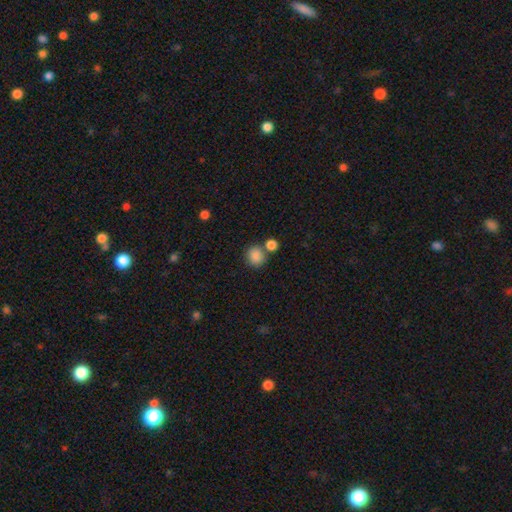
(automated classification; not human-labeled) smooth 86%, star or artifact 9%, featured or disk 5%. Down the decision tree: how rounded — round (79%); merging — none (65%).